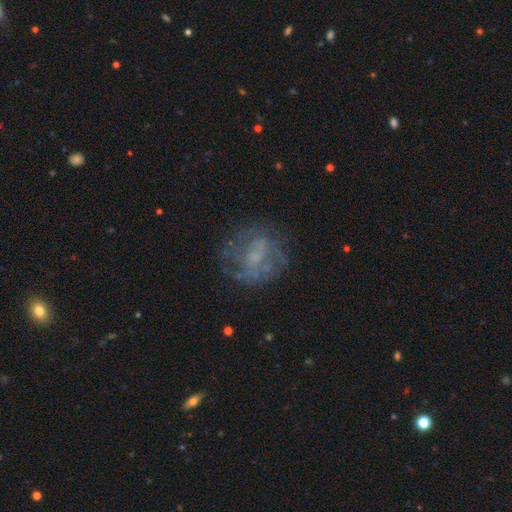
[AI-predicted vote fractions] A featured or disk galaxy (59%) with no bar (53%), no spiral arms (52%) and a small central bulge (40%).

Vote fractions:
- Smooth or featured? featured or disk: 59% / smooth: 27% / star or artifact: 14%
- Edge-on disk? no: 96% / yes: 4%
- Bar? no: 53% / weak: 37% / strong: 10%
- Spiral arms? no: 52% / yes: 48%
- Bulge size? small: 40% / none: 34% / moderate: 23% / large: 3% / dominant: 1%
- Merging? none: 68% / minor disturbance: 16% / major disturbance: 14% / merger: 2%